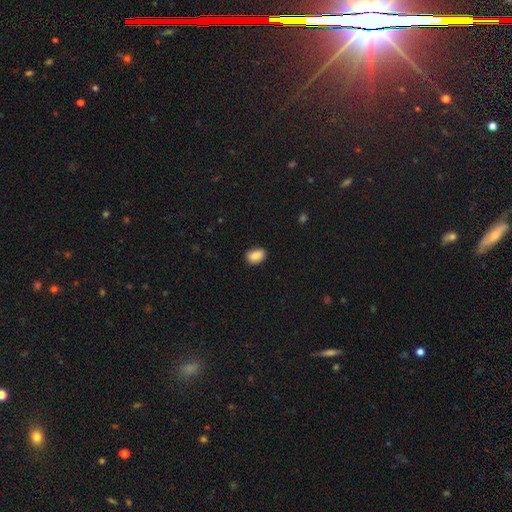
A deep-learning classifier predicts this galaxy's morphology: Smooth or featured? Predicted: smooth (p=0.87). How rounded? Predicted: in between (p=0.83). Merging? Predicted: none (p=0.86).